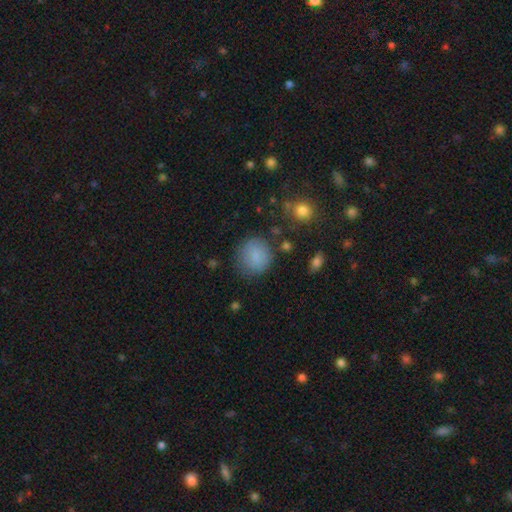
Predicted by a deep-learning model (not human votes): Smooth or featured?
  - smooth: 84% *
  - star or artifact: 9%
  - featured or disk: 8%
How rounded?
  - round: 86% *
  - in between: 13%
  - cigar-shaped: 1%
Merging?
  - none: 78% *
  - minor disturbance: 14%
  - major disturbance: 5%
  - merger: 3%